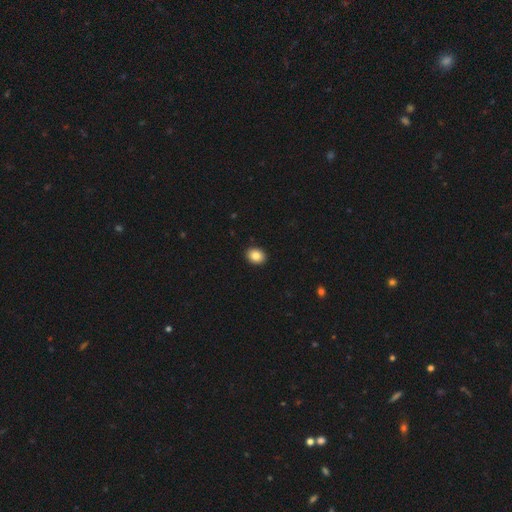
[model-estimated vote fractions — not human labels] smooth_or_featured: smooth (p=0.86) [alt: star or artifact p=0.09]
how_rounded: in between (p=0.53) [alt: round p=0.46]
merging: none (p=0.92) [alt: minor disturbance p=0.05]